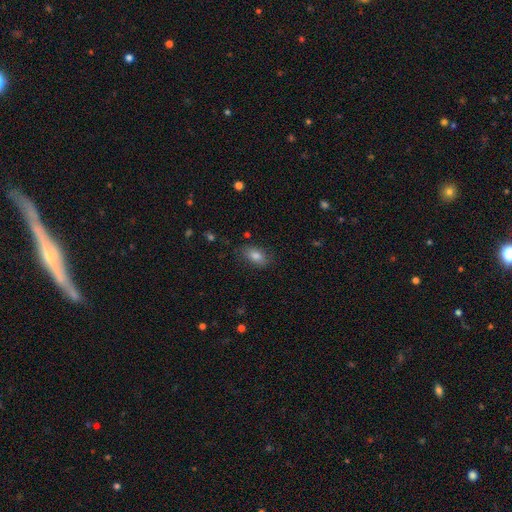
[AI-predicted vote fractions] smooth_or_featured: smooth (p=0.82) [alt: featured or disk p=0.10]
how_rounded: in between (p=0.89) [alt: round p=0.08]
merging: none (p=0.80) [alt: minor disturbance p=0.15]